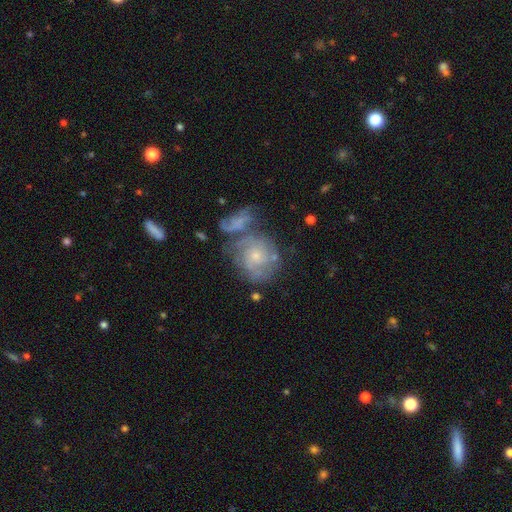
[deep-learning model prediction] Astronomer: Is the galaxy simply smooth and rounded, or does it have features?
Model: featured or disk — 71%.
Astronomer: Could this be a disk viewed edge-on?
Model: no — 97%.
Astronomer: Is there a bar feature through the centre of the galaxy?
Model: no — 72%.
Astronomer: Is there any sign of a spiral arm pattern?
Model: yes — 87%.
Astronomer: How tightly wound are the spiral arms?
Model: tight — 60%.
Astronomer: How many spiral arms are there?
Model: can't tell — 43% (runner-up: 2, 24%).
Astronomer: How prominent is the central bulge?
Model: small — 53% (runner-up: moderate, 41%).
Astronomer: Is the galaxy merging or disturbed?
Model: none — 48% (runner-up: merger, 27%).